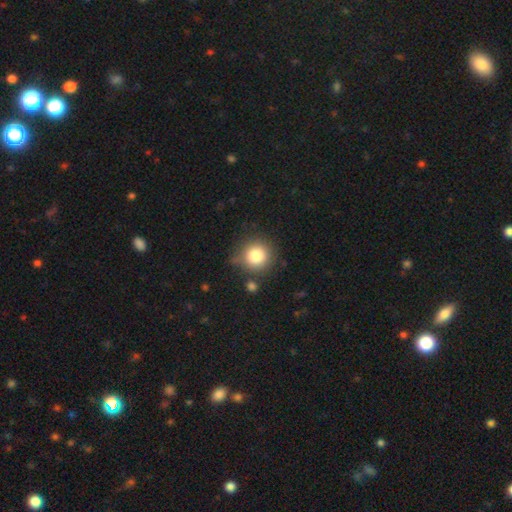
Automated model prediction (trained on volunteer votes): Smooth or featured: smooth — 83% (star or artifact — 11%)
How rounded: round — 93% (in between — 6%)
Merging: none — 78% (minor disturbance — 12%)